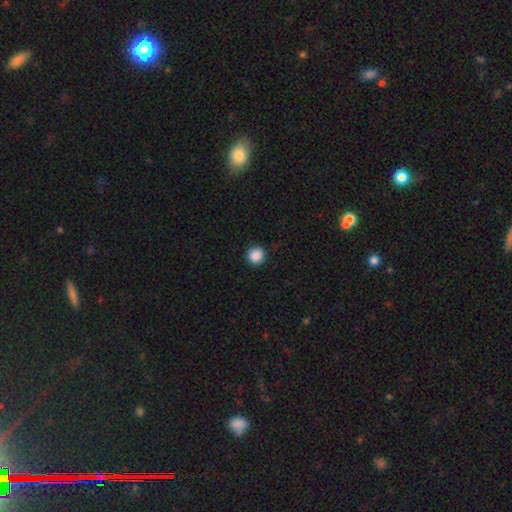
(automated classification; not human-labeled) This appears to be a smooth galaxy with no disk features (88%) that is round (95%). Merging: none (92%).